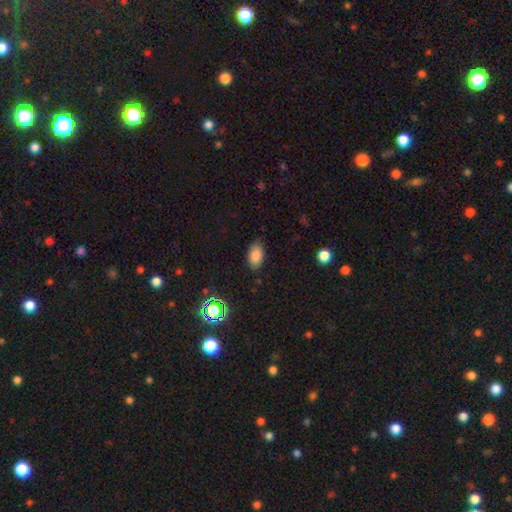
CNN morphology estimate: smooth 85%, star or artifact 10%, featured or disk 5%. Down the decision tree: how rounded — in between (92%); merging — none (82%).